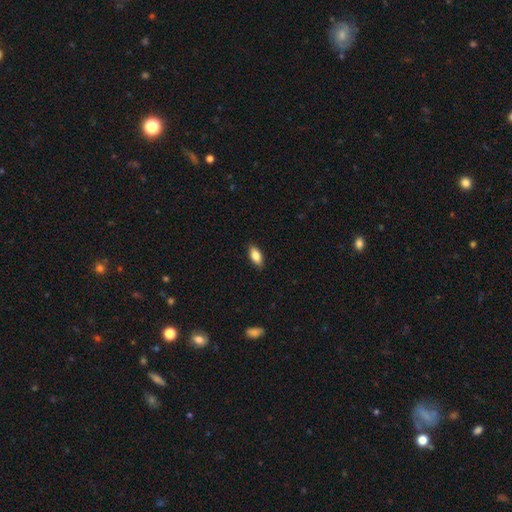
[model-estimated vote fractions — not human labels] Smooth or featured: smooth — 81% (featured or disk — 12%)
How rounded: in between — 87% (cigar-shaped — 10%)
Merging: none — 87% (minor disturbance — 10%)